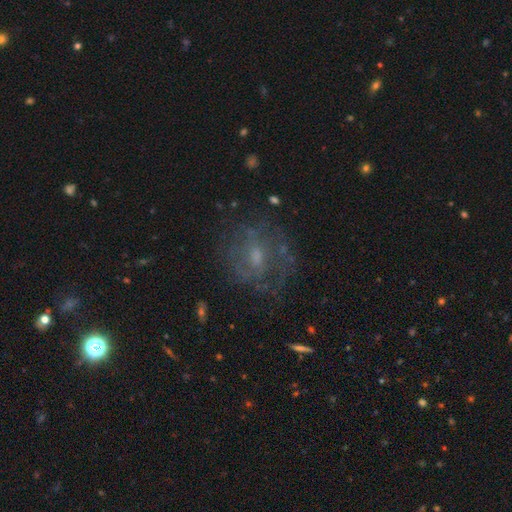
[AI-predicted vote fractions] Smooth or featured: featured or disk — 60% (smooth — 25%)
Edge-on disk: no — 97% (yes — 3%)
Bar: no — 55% (weak — 37%)
Spiral arms: yes — 59% (no — 41%)
Bulge size: moderate — 42% (small — 41%)
Merging: none — 65% (minor disturbance — 18%)